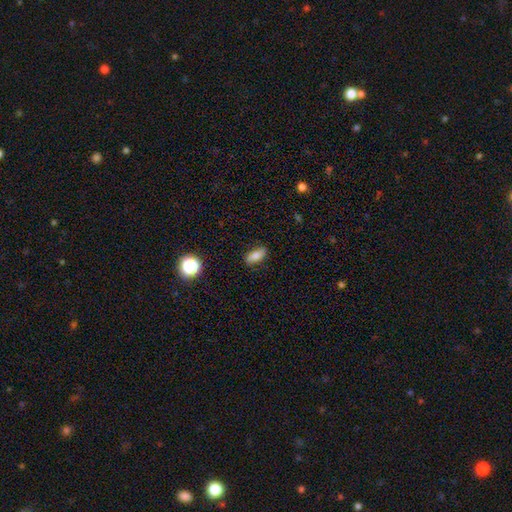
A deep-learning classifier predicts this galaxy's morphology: smooth-or-featured: smooth: 78% | featured or disk: 13% | star or artifact: 9%
  how-rounded: in between: 79% | cigar-shaped: 17% | round: 5%
  merging: none: 84% | minor disturbance: 12% | major disturbance: 3% | merger: 1%